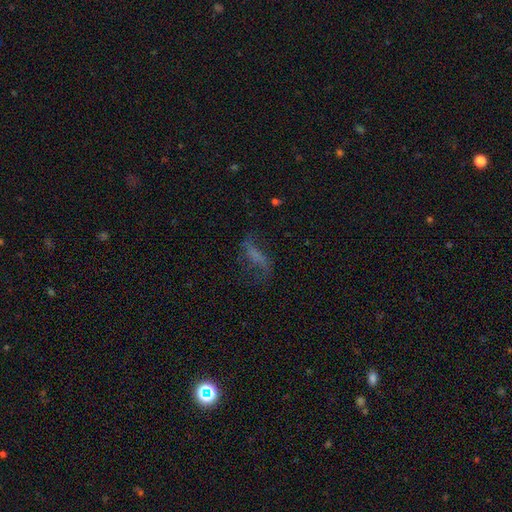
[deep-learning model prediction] Overall: featured or disk (46%; smooth 35%). Merging: none (49%; major disturbance 27%).